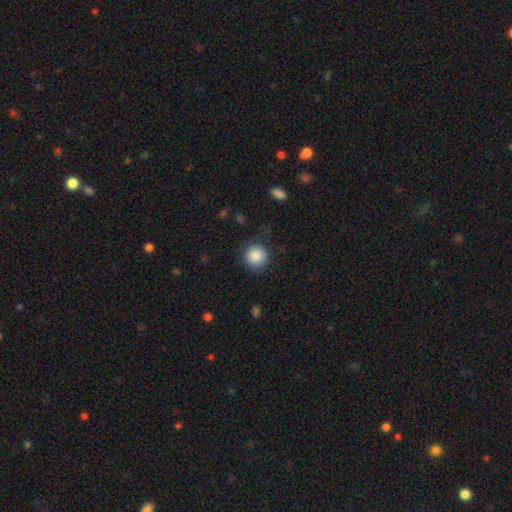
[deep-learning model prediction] Smooth or featured? Predicted: smooth (p=0.86). How rounded? Predicted: round (p=0.94). Merging? Predicted: none (p=0.83).